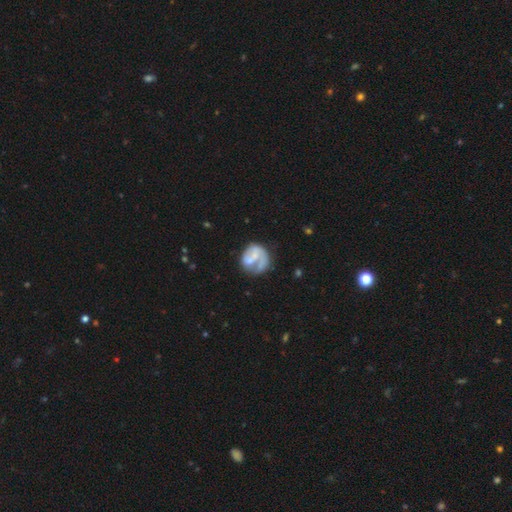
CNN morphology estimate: Smooth or featured?
  - featured or disk: 54% *
  - smooth: 39%
  - star or artifact: 7%
Edge-on disk?
  - no: 98% *
  - yes: 2%
Bar?
  - no: 64% *
  - weak: 27%
  - strong: 9%
Spiral arms?
  - no: 54% *
  - yes: 46%
Bulge size?
  - small: 42% *
  - none: 30%
  - moderate: 24%
  - large: 3%
  - dominant: 1%
Merging?
  - none: 39% *
  - major disturbance: 22%
  - minor disturbance: 21%
  - merger: 18%